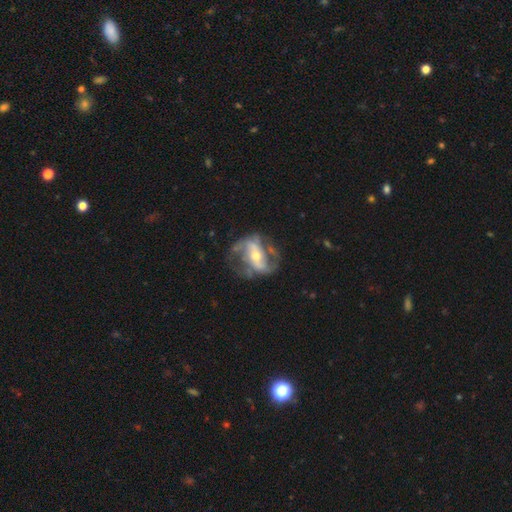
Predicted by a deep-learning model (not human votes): smooth_or_featured: featured or disk (p=0.84) [alt: smooth p=0.10]
disk_edge_on: no (p=0.95) [alt: yes p=0.05]
bar: strong (p=0.43) [alt: weak p=0.30]
has_spiral_arms: yes (p=0.87) [alt: no p=0.13]
spiral_winding: medium (p=0.43) [alt: loose p=0.40]
spiral_arm_count: 2 (p=0.79) [alt: can't tell p=0.09]
bulge_size: moderate (p=0.50) [alt: small p=0.44]
merging: none (p=0.61) [alt: minor disturbance p=0.19]